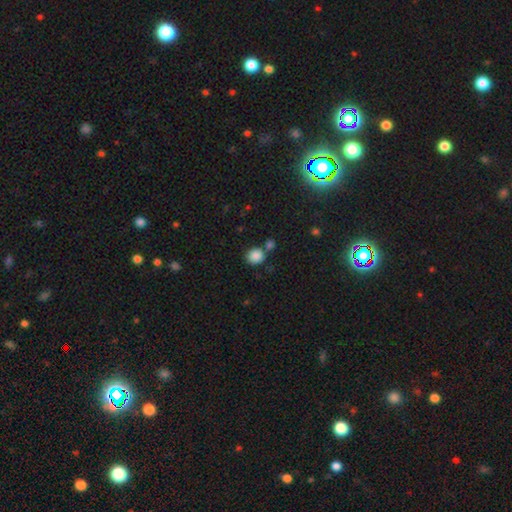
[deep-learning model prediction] Smooth or featured? smooth (86%)
How rounded? round (80%)
Merging? none (67%)